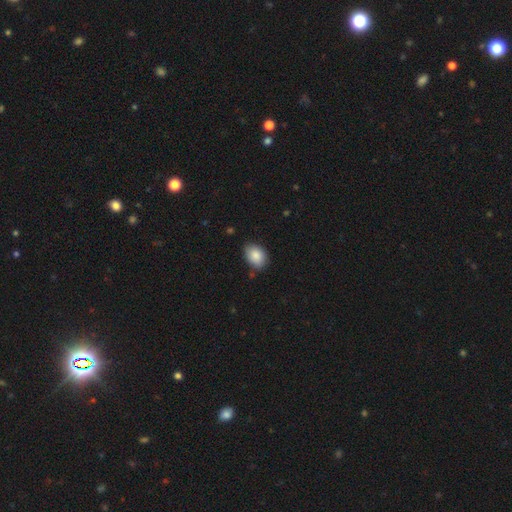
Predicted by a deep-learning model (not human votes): Q: Smooth or featured?
A: smooth (87%); runner-up: star or artifact (7%)
Q: How rounded?
A: in between (80%); runner-up: round (19%)
Q: Merging?
A: none (79%); runner-up: minor disturbance (16%)